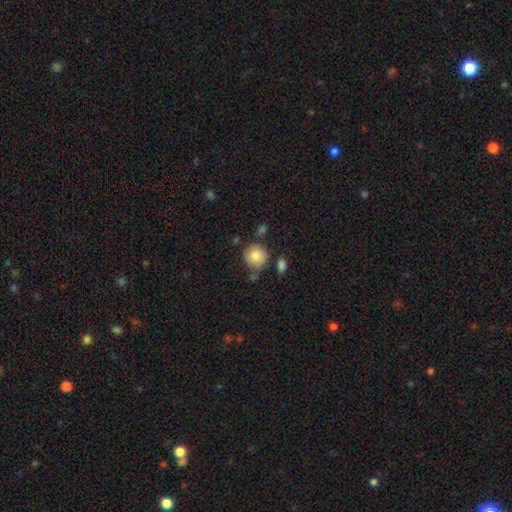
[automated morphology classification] This is clearly a smooth galaxy (83%). How rounded: clearly round (89%). Merging: likely none (70%).